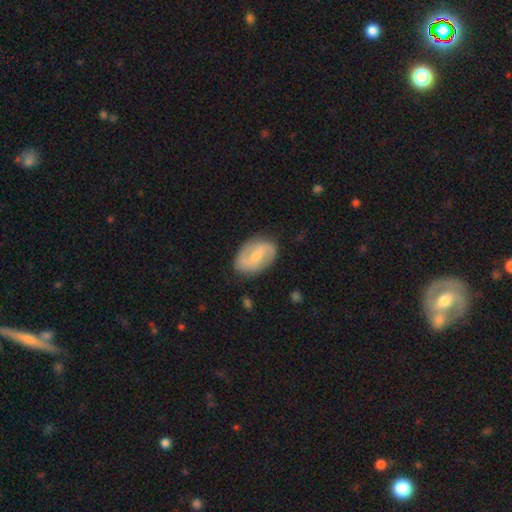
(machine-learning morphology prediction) Smooth or featured: featured or disk — 69% (smooth — 26%)
Edge-on disk: no — 96% (yes — 4%)
Bar: weak — 48% (strong — 33%)
Spiral arms: yes — 84% (no — 16%)
Spiral winding: loose — 43% (medium — 38%)
Spiral arm count: 2 — 87% (can't tell — 7%)
Bulge size: small — 58% (moderate — 36%)
Merging: none — 82% (minor disturbance — 13%)